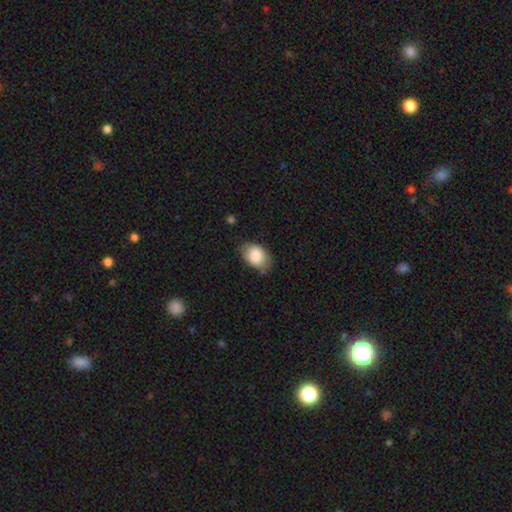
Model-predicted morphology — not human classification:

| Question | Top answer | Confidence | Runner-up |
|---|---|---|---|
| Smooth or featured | smooth | 85% | featured or disk (8%) |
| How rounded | in between | 80% | round (18%) |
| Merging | none | 71% | minor disturbance (22%) |